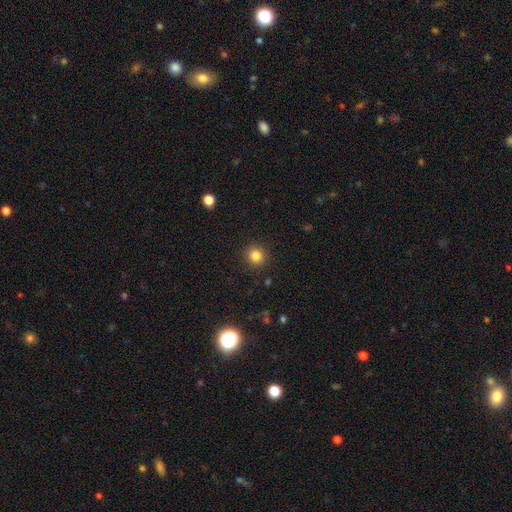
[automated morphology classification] smooth 84%, star or artifact 12%, featured or disk 5%. Down the decision tree: how rounded — round (91%); merging — none (91%).